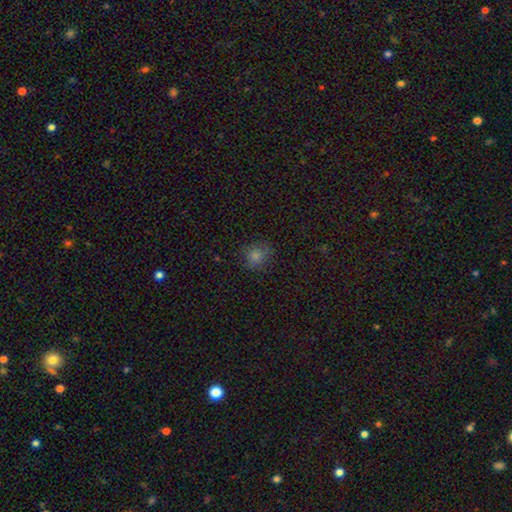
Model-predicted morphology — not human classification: A smooth galaxy with no disk features (72%) that is round (78%). Merging: none (79%).